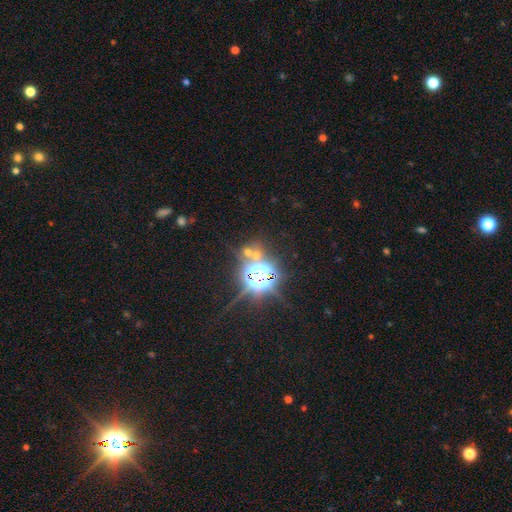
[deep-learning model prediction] Smooth or featured? star or artifact (81%)